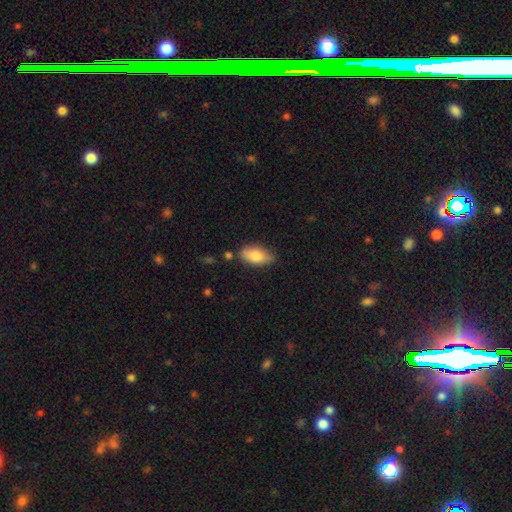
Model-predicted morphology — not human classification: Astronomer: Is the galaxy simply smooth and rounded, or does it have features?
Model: smooth — 80%.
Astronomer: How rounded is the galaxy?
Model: in between — 91%.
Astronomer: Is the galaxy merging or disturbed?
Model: none — 76%.